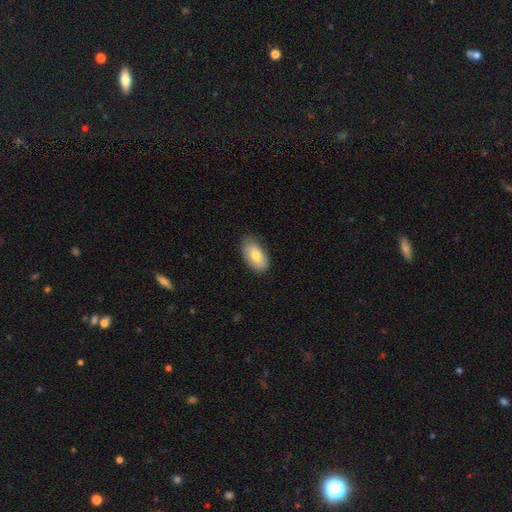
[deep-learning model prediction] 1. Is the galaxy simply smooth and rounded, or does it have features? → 78% smooth, 16% featured or disk, 6% star or artifact.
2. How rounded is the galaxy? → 94% in between, 4% round, 2% cigar-shaped.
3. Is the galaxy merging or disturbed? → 79% none, 17% minor disturbance, 3% major disturbance, 1% merger.